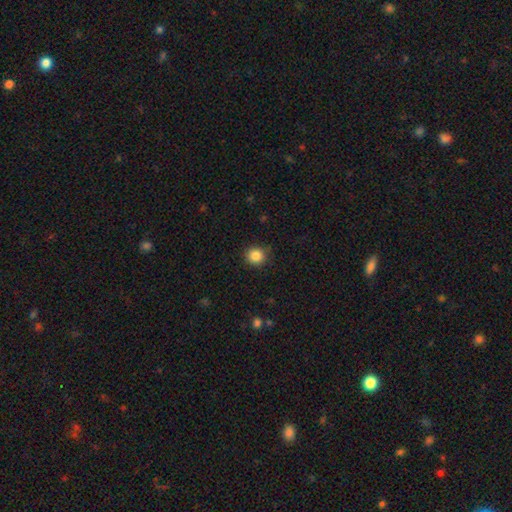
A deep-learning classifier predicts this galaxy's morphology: Overall: smooth (86%). How rounded: round (90%). Merging: none (88%).